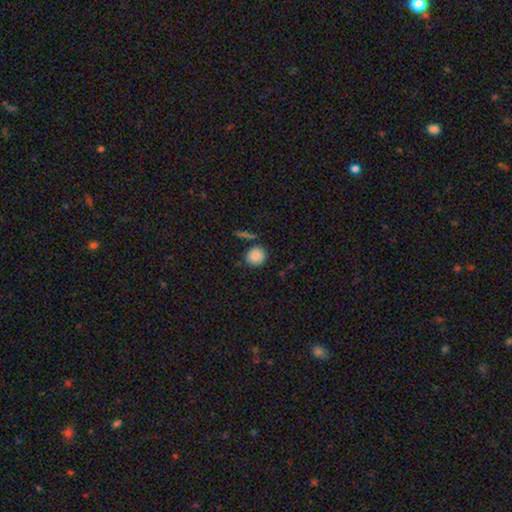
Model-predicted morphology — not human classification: smooth-or-featured: smooth: 87% | star or artifact: 9% | featured or disk: 4%
  how-rounded: round: 85% | in between: 14% | cigar-shaped: 1%
  merging: none: 79% | minor disturbance: 12% | merger: 6% | major disturbance: 3%